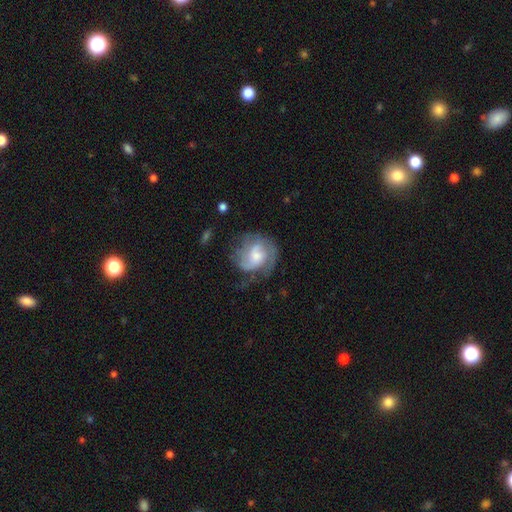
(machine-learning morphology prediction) A featured or disk galaxy (66%) with no bar (59%), 2 (46%) medium (44%) spiral arms (86%) and a moderate central bulge (44%). Merging: none (46%).